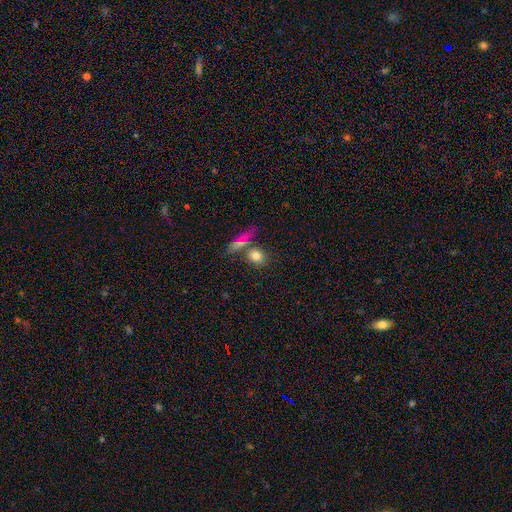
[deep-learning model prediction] Q: Smooth or featured?
A: smooth (80%); runner-up: featured or disk (11%)
Q: How rounded?
A: round (62%); runner-up: in between (31%)
Q: Merging?
A: none (63%); runner-up: merger (22%)